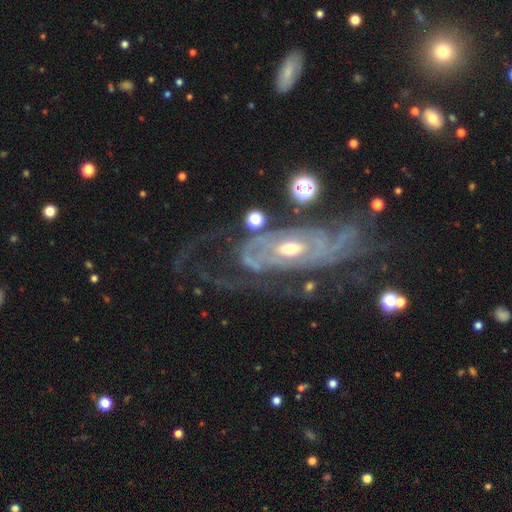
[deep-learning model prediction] Smooth or featured: featured or disk — 88% (star or artifact — 6%)
Edge-on disk: no — 92% (yes — 8%)
Bar: no — 54% (weak — 30%)
Spiral arms: yes — 94% (no — 6%)
Spiral winding: tight — 56% (medium — 33%)
Spiral arm count: 2 — 35% (can't tell — 29%)
Bulge size: moderate — 54% (small — 40%)
Merging: none — 58% (major disturbance — 20%)